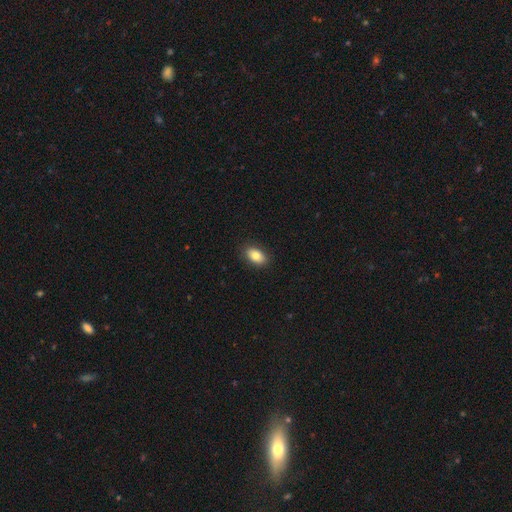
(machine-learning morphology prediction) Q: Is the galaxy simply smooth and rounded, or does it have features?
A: smooth — 83%.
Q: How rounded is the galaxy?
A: in between — 89%.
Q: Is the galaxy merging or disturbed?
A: none — 88%.